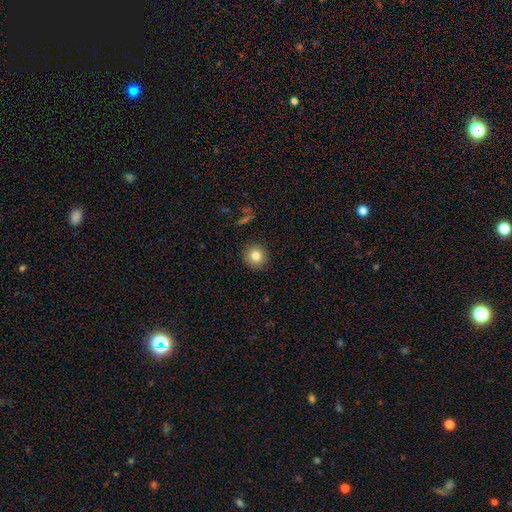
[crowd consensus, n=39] Overall: smooth (79%). How rounded: round (94%). Merging: none (94%).